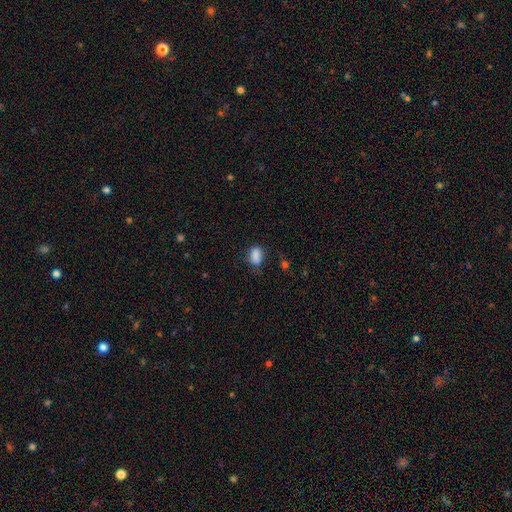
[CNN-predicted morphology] Smooth or featured? Predicted: smooth (p=0.85). How rounded? Predicted: in between (p=0.83). Merging? Predicted: none (p=0.62).